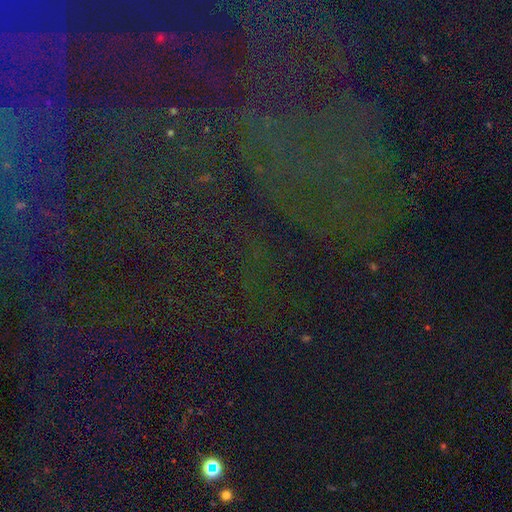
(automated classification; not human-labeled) Overall: star or artifact (83%).